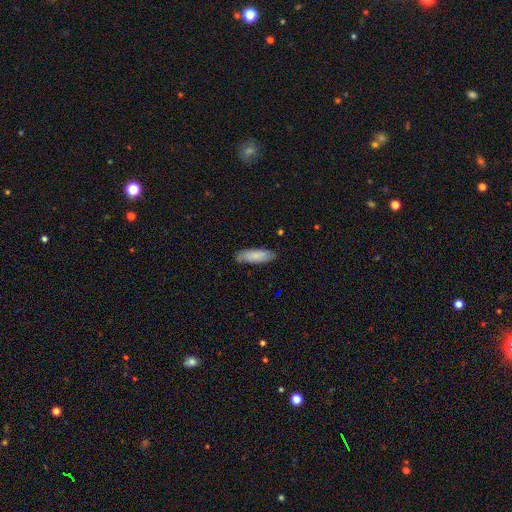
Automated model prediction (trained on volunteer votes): Q: Smooth or featured?
A: smooth (79%); runner-up: featured or disk (15%)
Q: How rounded?
A: in between (50%); runner-up: cigar-shaped (48%)
Q: Merging?
A: none (84%); runner-up: minor disturbance (13%)